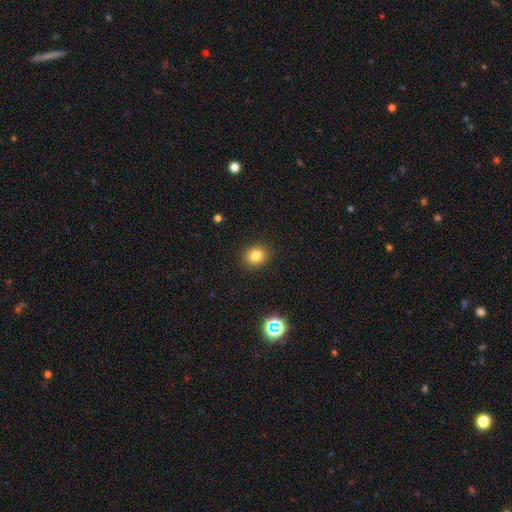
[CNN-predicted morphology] smooth-or-featured: smooth: 81% | star or artifact: 13% | featured or disk: 6%
  how-rounded: round: 68% | in between: 31% | cigar-shaped: 1%
  merging: none: 90% | minor disturbance: 7% | major disturbance: 2% | merger: 1%